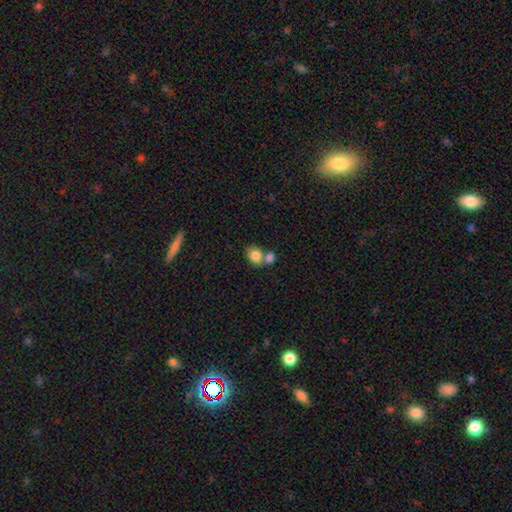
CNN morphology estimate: Smooth or featured: smooth — 83% (featured or disk — 9%)
How rounded: round — 55% (in between — 44%)
Merging: merger — 49% (none — 39%)